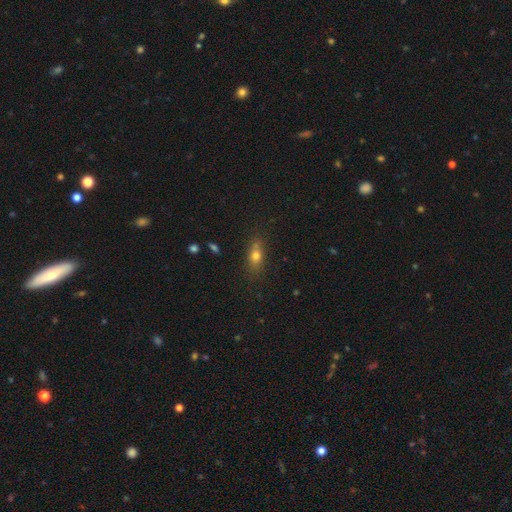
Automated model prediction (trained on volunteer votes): smooth 72%, featured or disk 15%, star or artifact 13%. Down the decision tree: how rounded — in between (67%); merging — none (69%).